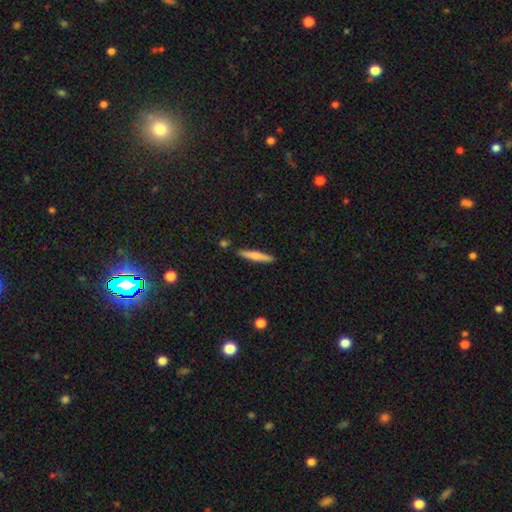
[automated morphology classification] This appears to be a smooth galaxy with no disk features (58%) that is cigar-shaped (93%). Merging: none (88%).